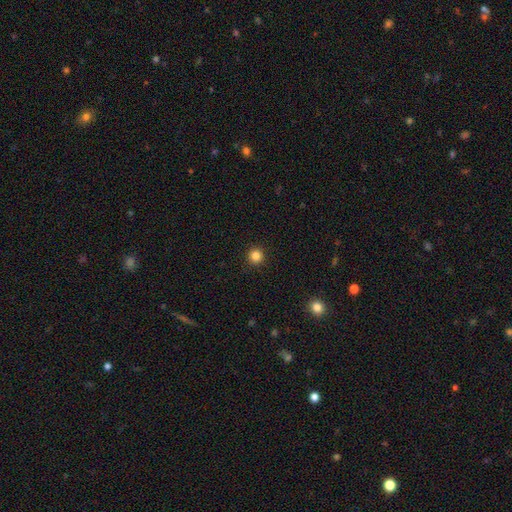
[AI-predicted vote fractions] Smooth or featured? smooth (84%)
How rounded? round (96%)
Merging? none (93%)